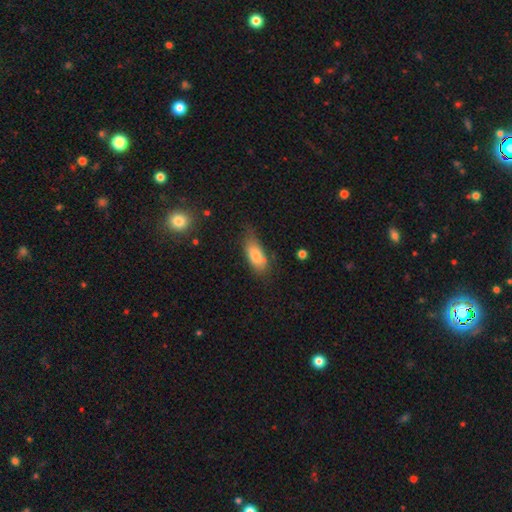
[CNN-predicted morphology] The model was most divided on "merging": none: 54%, minor disturbance: 32%, major disturbance: 10%, merger: 4%. More confident: how rounded — in between (81%); smooth or featured — smooth (81%).